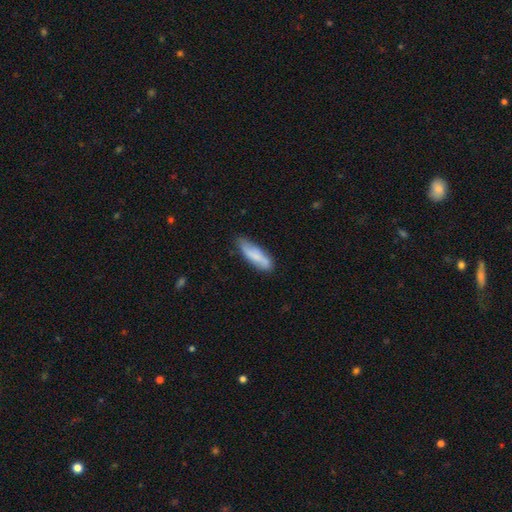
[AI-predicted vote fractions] This is likely a smooth galaxy (74%). How rounded: possibly cigar-shaped (58%). Merging: likely none (70%).